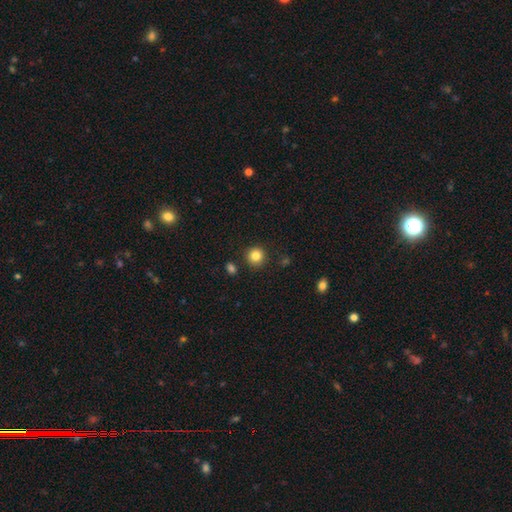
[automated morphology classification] This appears to be a smooth galaxy with no disk features (85%) that is round (93%). Merging: none (88%).